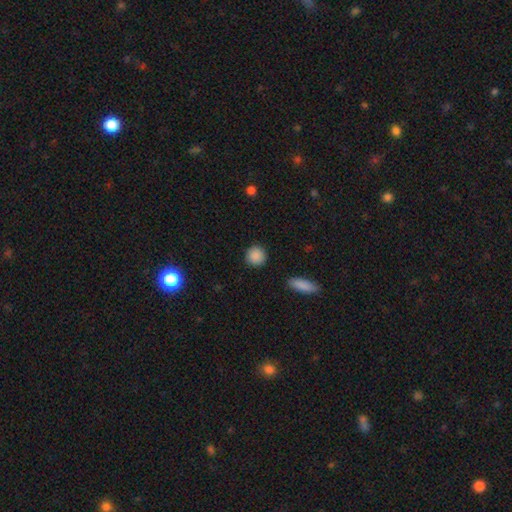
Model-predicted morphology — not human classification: Smooth or featured: smooth — 88% (star or artifact — 8%)
How rounded: round — 92% (in between — 7%)
Merging: none — 90% (minor disturbance — 6%)